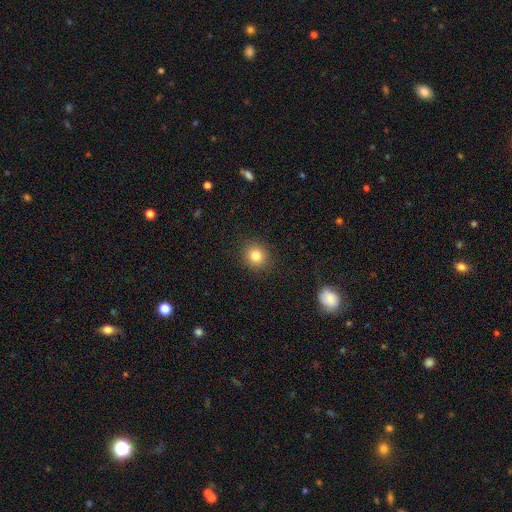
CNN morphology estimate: This is clearly a smooth galaxy (82%). How rounded: clearly round (82%). Merging: clearly none (90%).